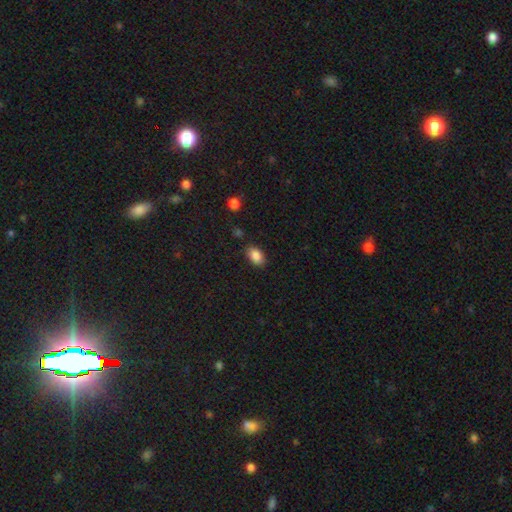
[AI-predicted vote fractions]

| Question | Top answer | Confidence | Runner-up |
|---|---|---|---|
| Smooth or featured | smooth | 87% | star or artifact (9%) |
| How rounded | in between | 88% | round (11%) |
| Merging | none | 84% | minor disturbance (11%) |